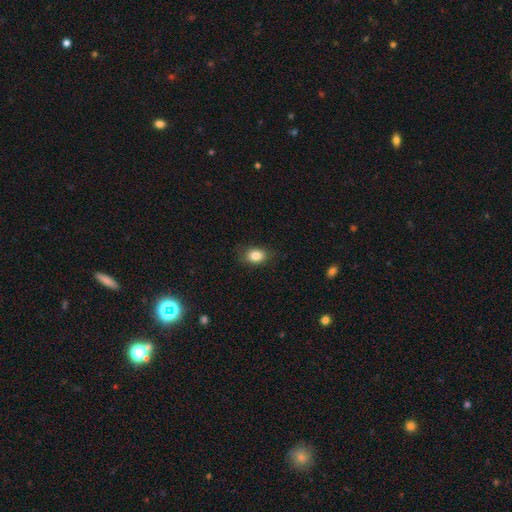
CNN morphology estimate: type=smooth (85%); roundness=in between (69%); merging=none (81%).